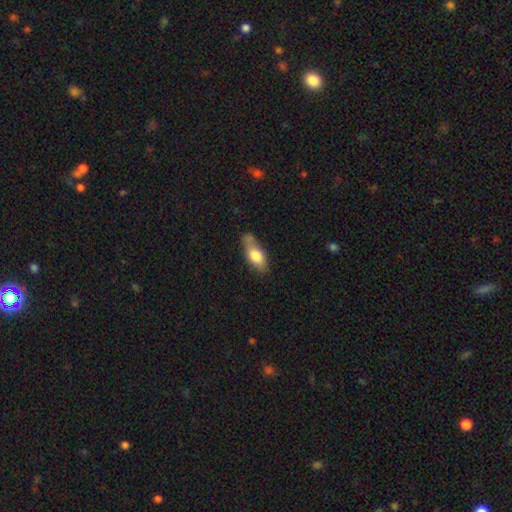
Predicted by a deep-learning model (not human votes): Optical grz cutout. It shows a smooth galaxy with no disk features (72%) that is in between round and cigar-shaped (78%). Merging: none (59%).